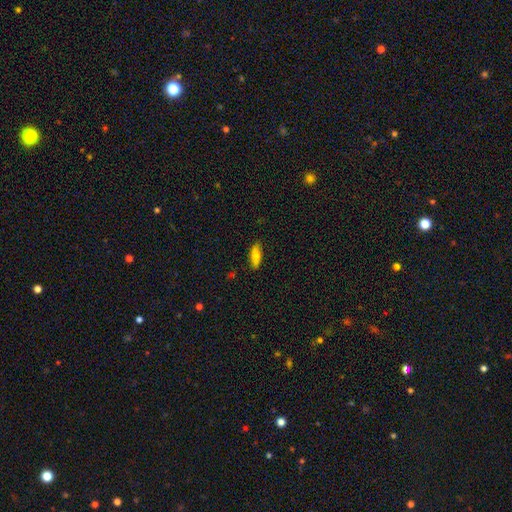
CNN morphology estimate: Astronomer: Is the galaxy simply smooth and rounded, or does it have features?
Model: smooth — 74%.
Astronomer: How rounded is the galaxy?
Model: in between — 63%.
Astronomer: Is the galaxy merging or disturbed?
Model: none — 86%.